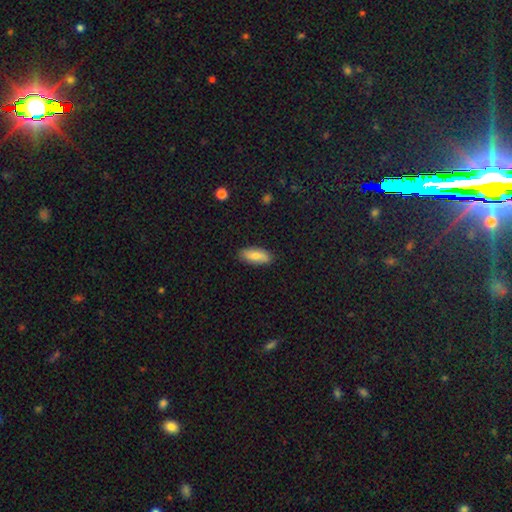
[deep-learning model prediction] This appears to be a smooth galaxy with no disk features (79%) that is in between round and cigar-shaped (82%). Merging: none (86%).